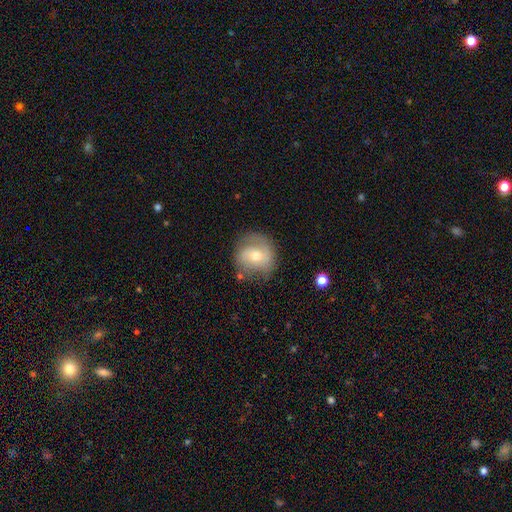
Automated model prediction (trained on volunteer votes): Morphology: type=featured or disk (47%); merging=none (65%).